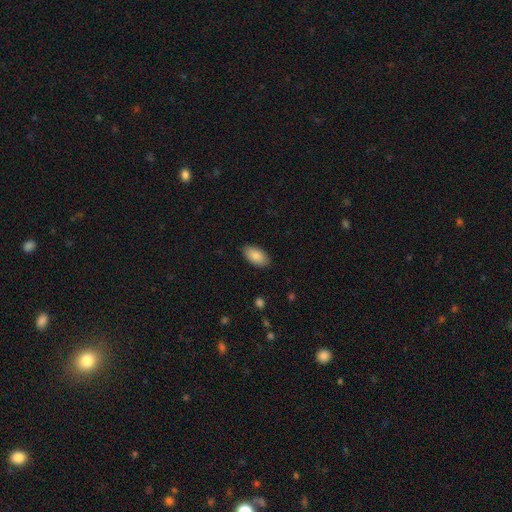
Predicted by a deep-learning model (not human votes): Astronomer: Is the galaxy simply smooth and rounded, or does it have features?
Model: smooth — 87%.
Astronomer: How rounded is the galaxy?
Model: in between — 95%.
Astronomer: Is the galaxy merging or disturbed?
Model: none — 87%.